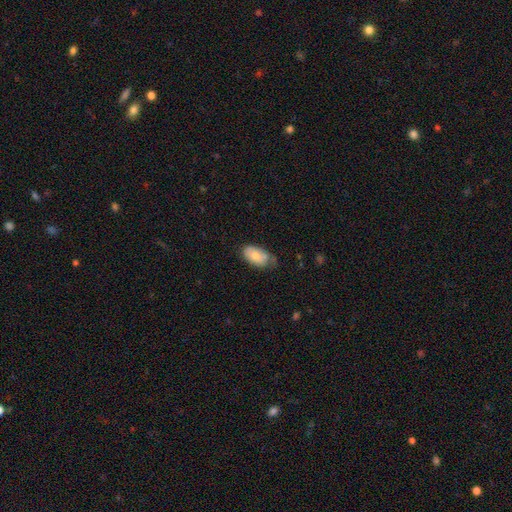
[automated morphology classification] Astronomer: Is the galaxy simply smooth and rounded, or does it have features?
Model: smooth — 76%.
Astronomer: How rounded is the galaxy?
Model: in between — 94%.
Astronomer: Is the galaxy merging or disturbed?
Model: none — 55% (runner-up: minor disturbance, 34%).